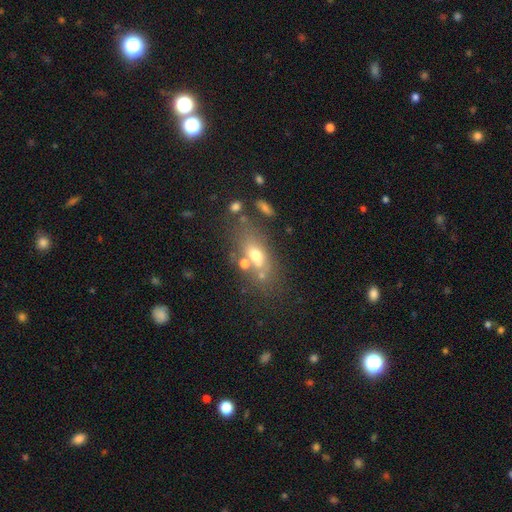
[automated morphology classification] Smooth or featured? Predicted: smooth (p=0.58). How rounded? Predicted: in between (p=0.71). Merging? Predicted: none (p=0.49).